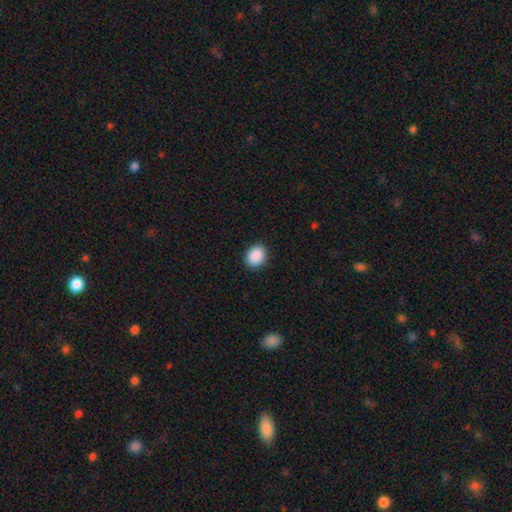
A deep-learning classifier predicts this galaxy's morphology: This is clearly a smooth galaxy (90%). How rounded: possibly round (53%). Merging: clearly none (90%).